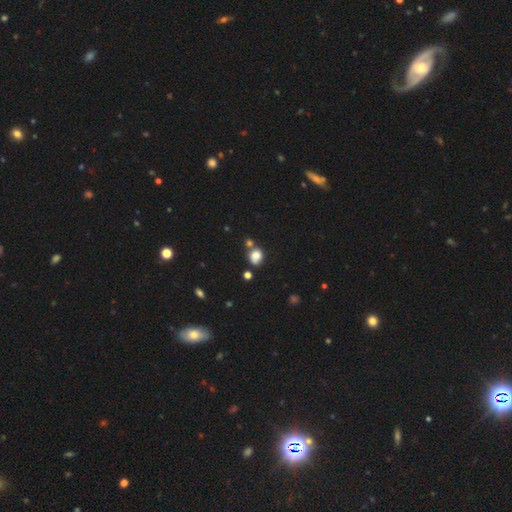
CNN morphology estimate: This is likely a smooth galaxy (79%). How rounded: possibly round (58%). Merging: possibly none (56%).